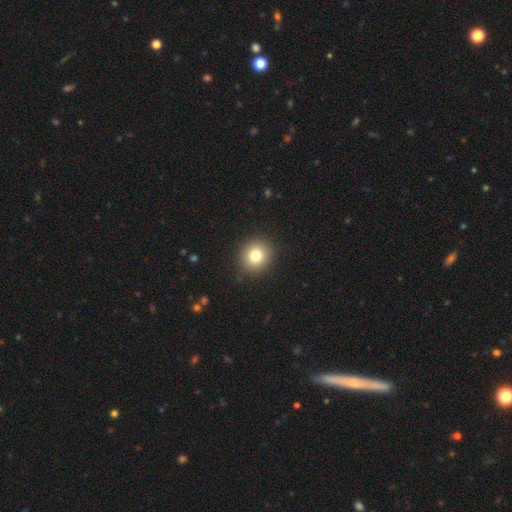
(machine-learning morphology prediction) Overall: smooth (80%). How rounded: round (85%). Merging: none (91%).